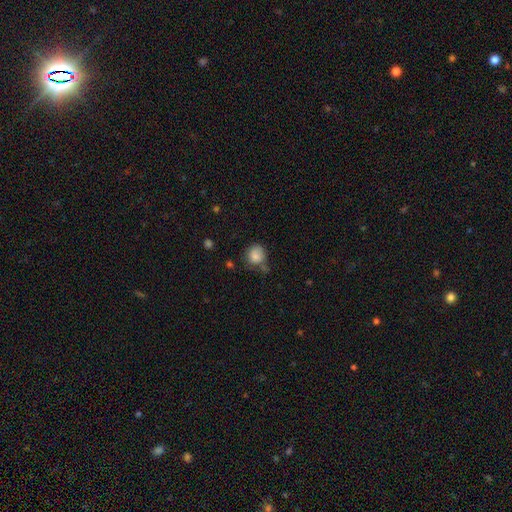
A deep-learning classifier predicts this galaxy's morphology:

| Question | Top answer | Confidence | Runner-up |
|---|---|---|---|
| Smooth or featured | smooth | 82% | star or artifact (9%) |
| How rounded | round | 81% | in between (18%) |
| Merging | none | 62% | minor disturbance (22%) |